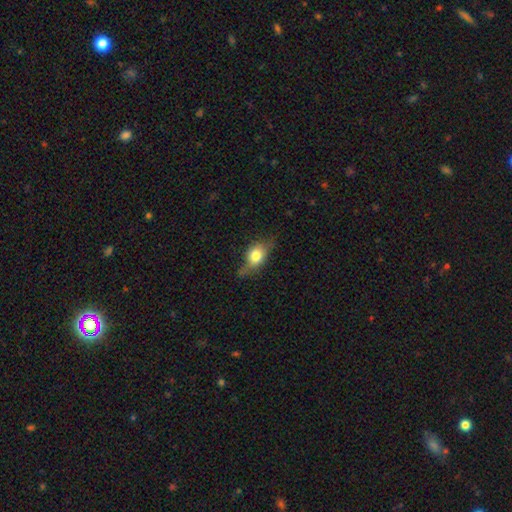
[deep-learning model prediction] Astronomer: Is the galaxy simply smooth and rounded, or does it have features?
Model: smooth — 69%.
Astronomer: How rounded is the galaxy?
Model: in between — 69%.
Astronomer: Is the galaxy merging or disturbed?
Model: none — 54% (runner-up: minor disturbance, 33%).